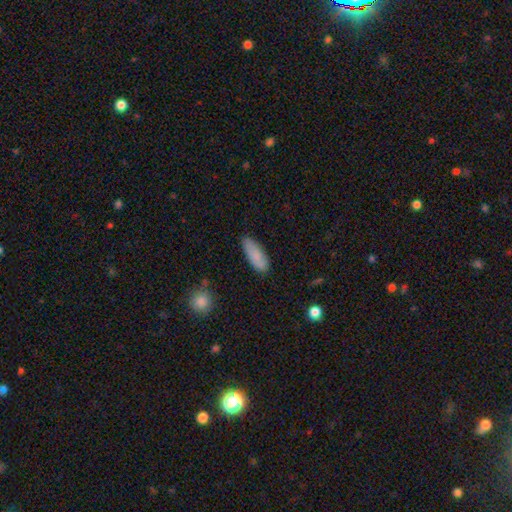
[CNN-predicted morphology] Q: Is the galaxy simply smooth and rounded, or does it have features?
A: smooth — 82%.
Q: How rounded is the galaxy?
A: in between — 71%.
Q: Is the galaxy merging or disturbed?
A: none — 78%.